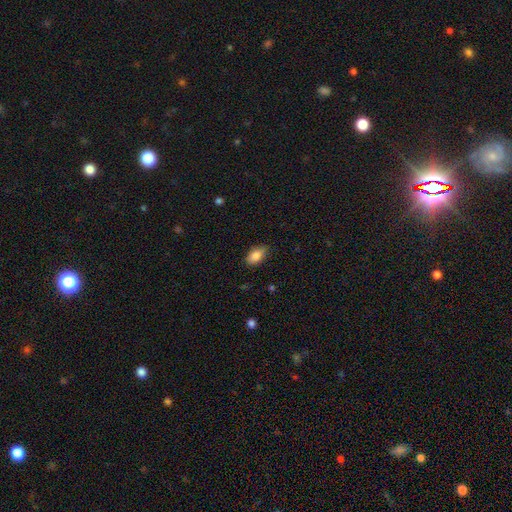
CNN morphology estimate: Smooth or featured: smooth — 85% (star or artifact — 7%)
How rounded: in between — 90% (round — 7%)
Merging: none — 77% (minor disturbance — 19%)